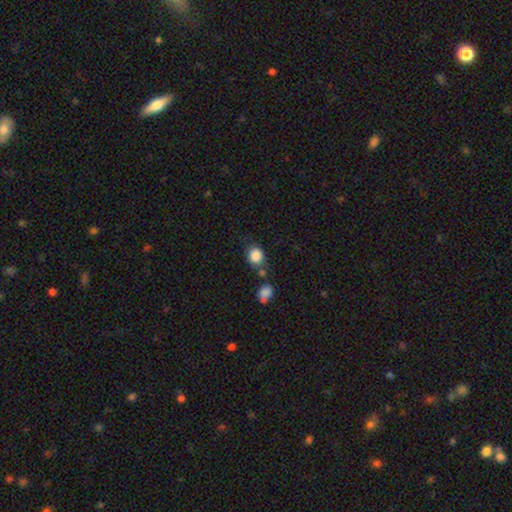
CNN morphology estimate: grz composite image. It shows a smooth galaxy with no disk features (86%) that is round (65%). Merging: none (63%).